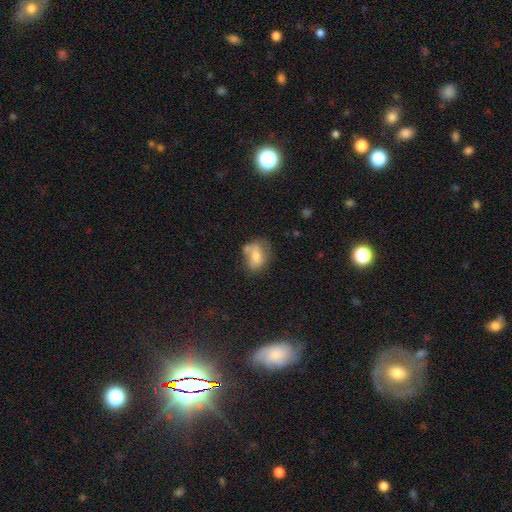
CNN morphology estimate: This is likely a smooth galaxy (67%). How rounded: likely in between (71%). Merging: marginally none (43%).